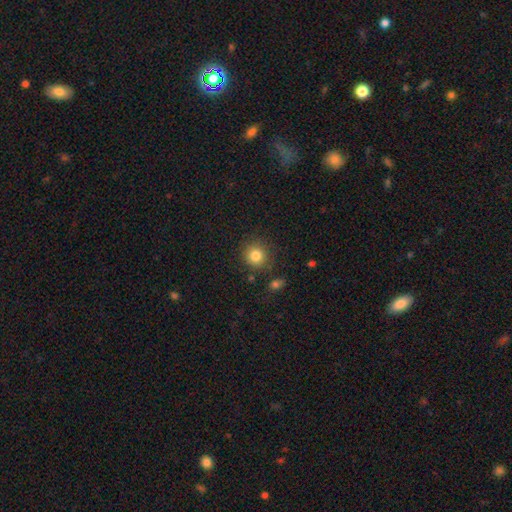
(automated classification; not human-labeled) Smooth or featured? Predicted: smooth (p=0.82). How rounded? Predicted: round (p=0.91). Merging? Predicted: none (p=0.84).